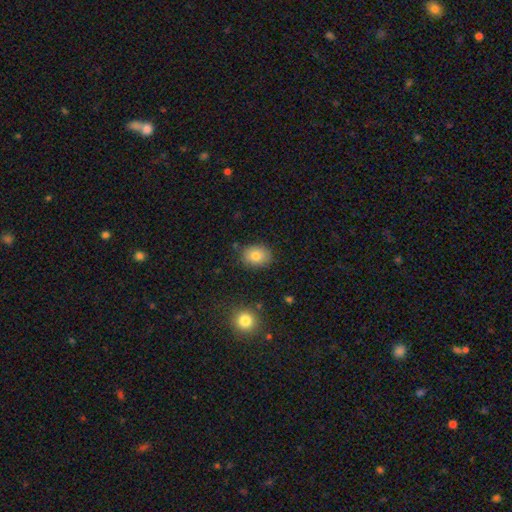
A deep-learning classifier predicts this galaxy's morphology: A smooth galaxy with no disk features (82%) that is in between round and cigar-shaped (63%). Merging: none (84%).